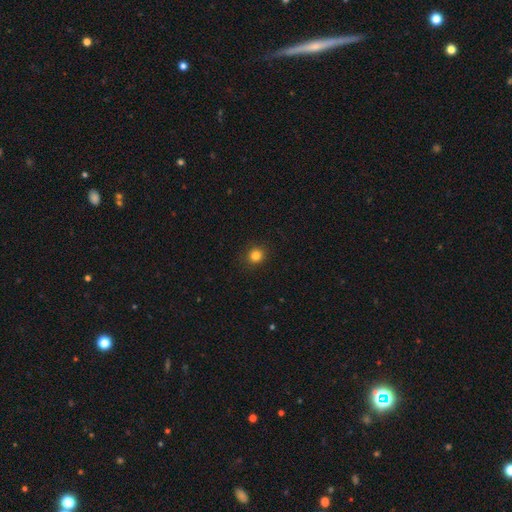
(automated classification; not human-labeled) A smooth galaxy with no disk features (83%) that is round (89%). Merging: none (90%).